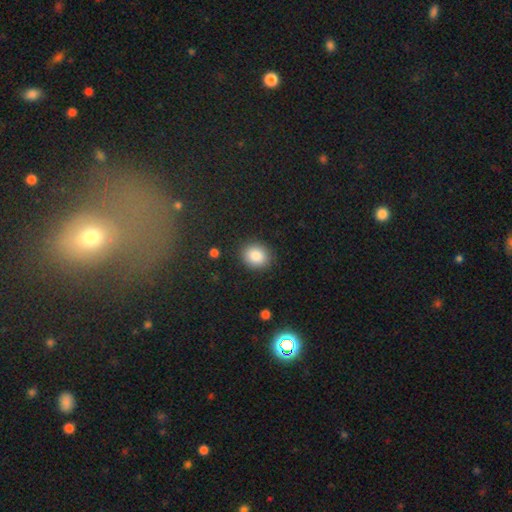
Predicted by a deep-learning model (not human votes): A smooth galaxy with no disk features (86%) that is round (63%).

Vote fractions:
- Smooth or featured? smooth: 86% / star or artifact: 9% / featured or disk: 5%
- How rounded? round: 63% / in between: 36% / cigar-shaped: 1%
- Merging? none: 88% / minor disturbance: 8% / major disturbance: 3% / merger: 1%